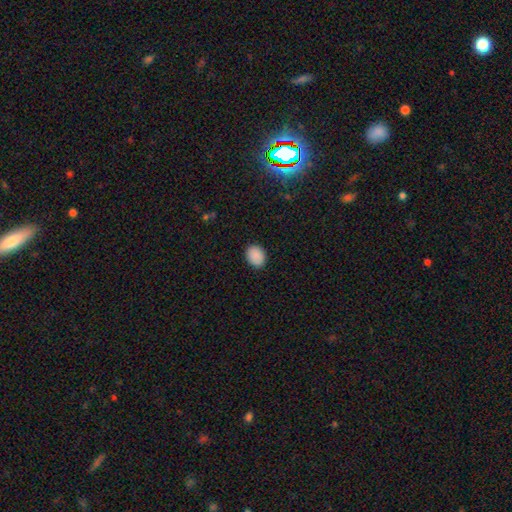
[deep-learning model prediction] Morphology: type=smooth (89%); roundness=in between (59%); merging=none (89%).